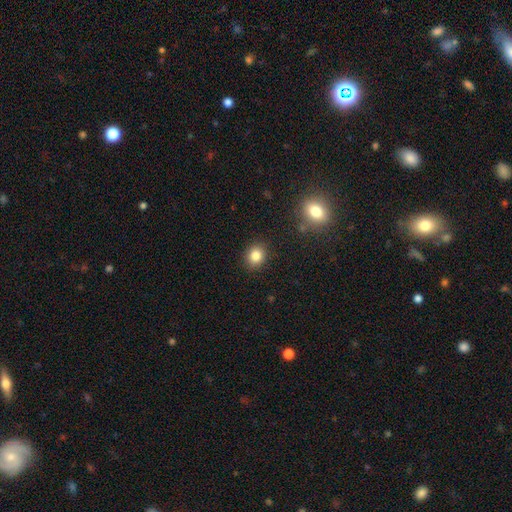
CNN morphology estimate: Q: Smooth or featured?
A: smooth (83%); runner-up: star or artifact (11%)
Q: How rounded?
A: round (72%); runner-up: in between (28%)
Q: Merging?
A: none (89%); runner-up: minor disturbance (7%)